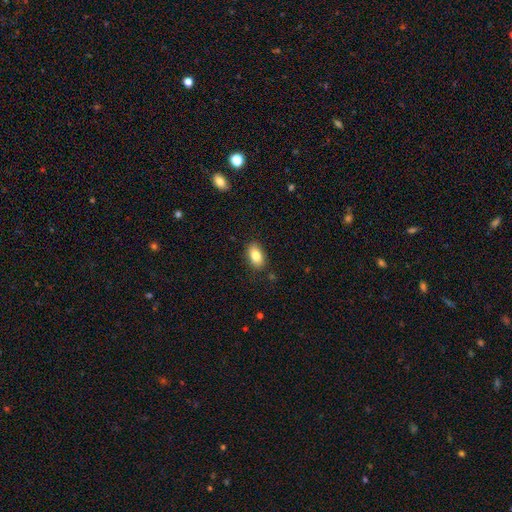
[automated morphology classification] A smooth galaxy with no disk features (83%) that is in between round and cigar-shaped (90%).

Vote fractions:
- Smooth or featured? smooth: 83% / featured or disk: 9% / star or artifact: 8%
- How rounded? in between: 90% / round: 7% / cigar-shaped: 3%
- Merging? none: 85% / minor disturbance: 11% / major disturbance: 3% / merger: 1%